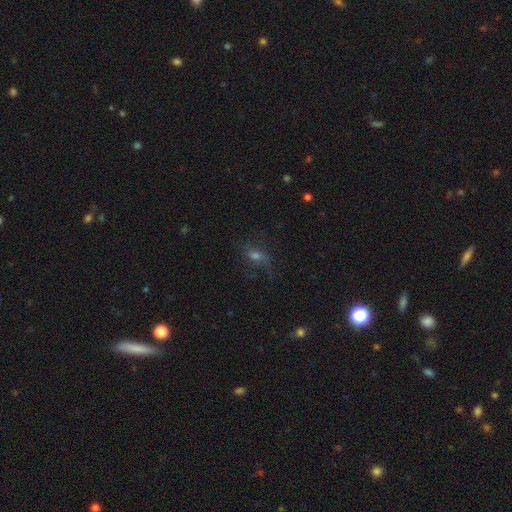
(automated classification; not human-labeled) Smooth or featured? Predicted: smooth (p=0.40). Merging? Predicted: none (p=0.65).